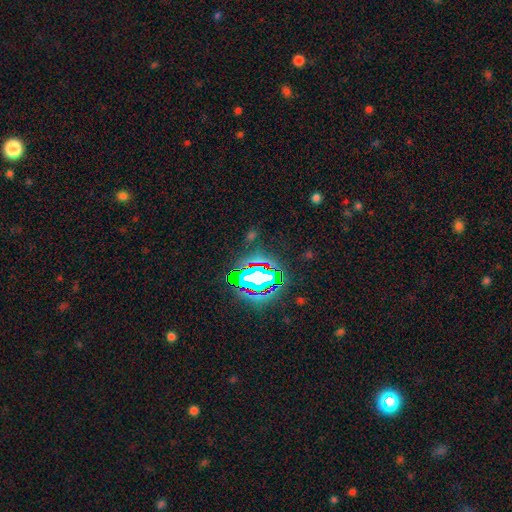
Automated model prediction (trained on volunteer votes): This appears to be a star or artifact, not a galaxy (81%).